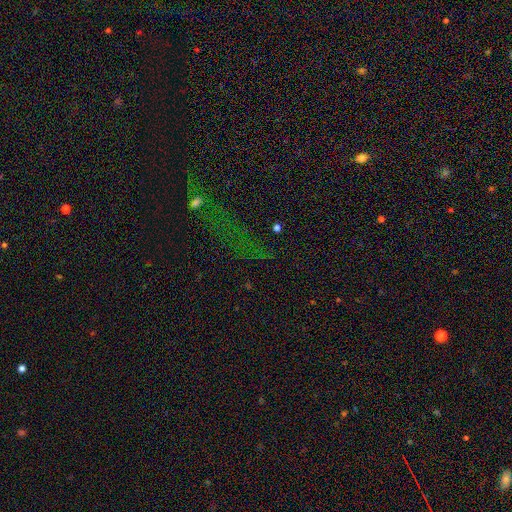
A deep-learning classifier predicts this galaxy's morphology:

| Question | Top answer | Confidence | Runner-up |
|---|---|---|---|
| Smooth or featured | star or artifact | 71% | smooth (19%) |